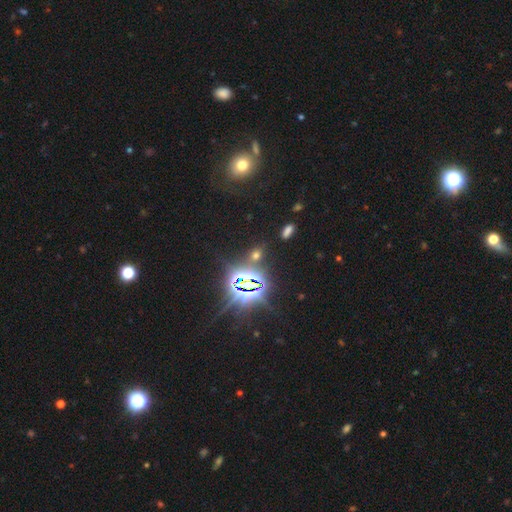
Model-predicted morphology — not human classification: Q: Smooth or featured?
A: star or artifact (58%); runner-up: smooth (35%)